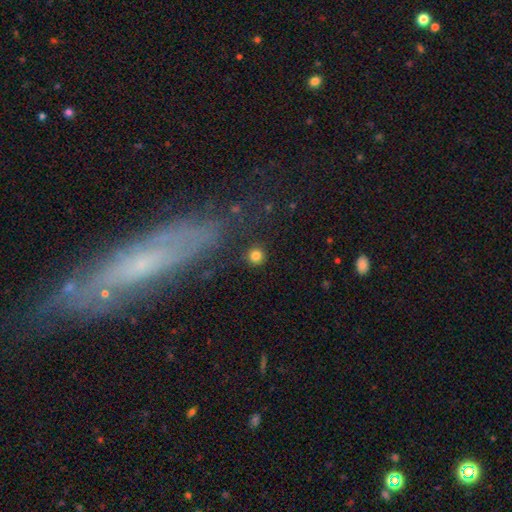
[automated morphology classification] A smooth galaxy with no disk features (81%) that is round (95%). Merging: none (89%).